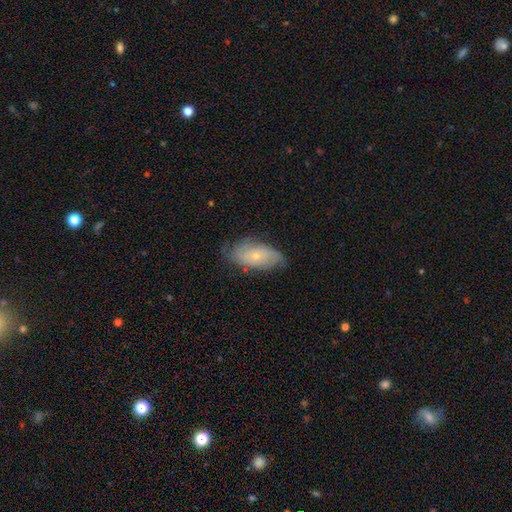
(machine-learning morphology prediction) type=featured or disk (56%); edge-on=no (92%); bar=no (81%); spiral arms=yes (79%); bulge=small (75%); merging=none (68%).